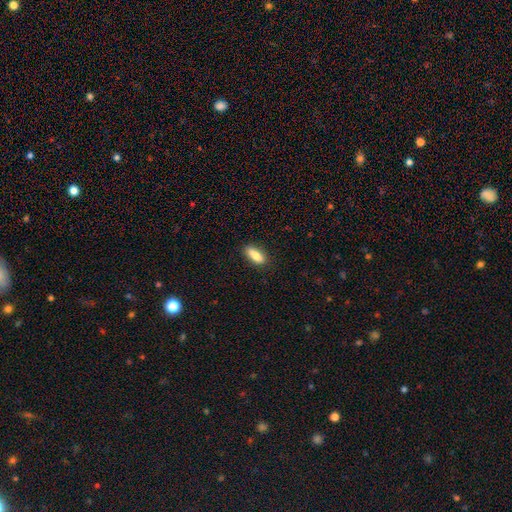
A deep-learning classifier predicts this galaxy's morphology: This appears to be a smooth galaxy with no disk features (82%) that is in between round and cigar-shaped (73%). Merging: none (84%).